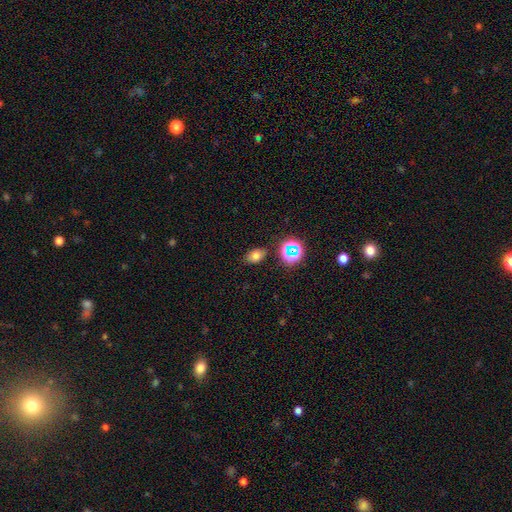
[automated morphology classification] Smooth or featured? Predicted: smooth (p=0.71). How rounded? Predicted: in between (p=0.78). Merging? Predicted: none (p=0.81).